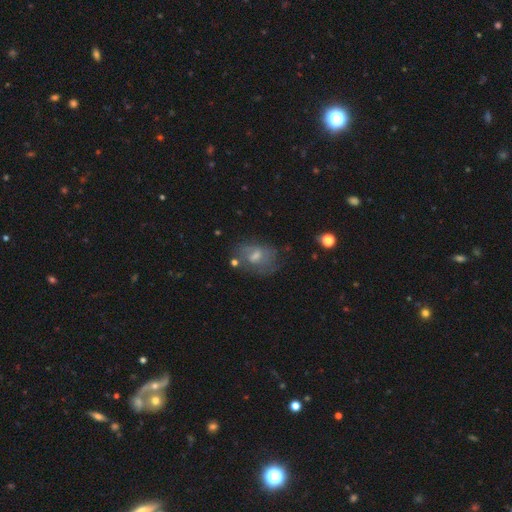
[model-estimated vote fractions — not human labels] Overall: featured or disk (44%; smooth 40%). Merging: none (56%; minor disturbance 24%).